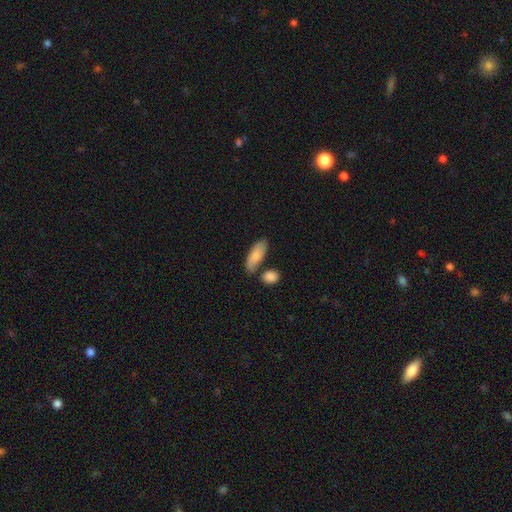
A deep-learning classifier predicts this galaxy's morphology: This appears to be a smooth galaxy with no disk features (82%) that is in between round and cigar-shaped (77%). Merging: none (62%).